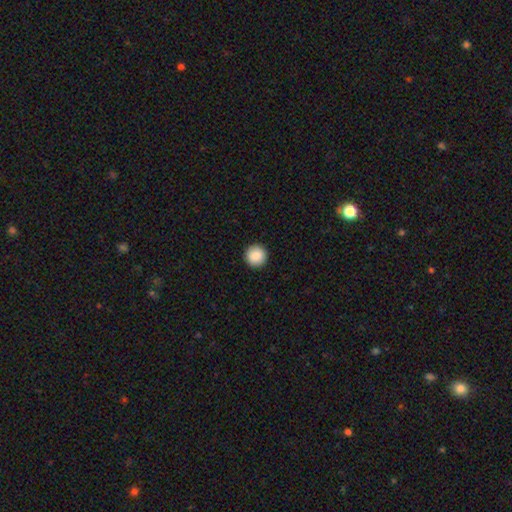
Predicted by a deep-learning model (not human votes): Smooth or featured?
  - smooth: 88% *
  - star or artifact: 8%
  - featured or disk: 4%
How rounded?
  - round: 96% *
  - in between: 3%
  - cigar-shaped: 1%
Merging?
  - none: 94% *
  - minor disturbance: 4%
  - major disturbance: 1%
  - merger: 1%